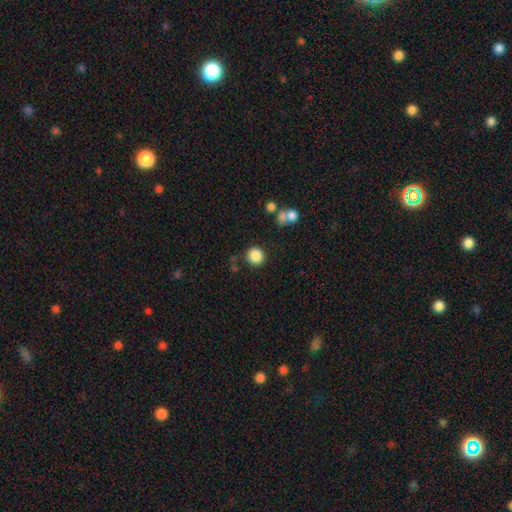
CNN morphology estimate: Smooth or featured? Predicted: smooth (p=0.86). How rounded? Predicted: round (p=0.90). Merging? Predicted: none (p=0.83).